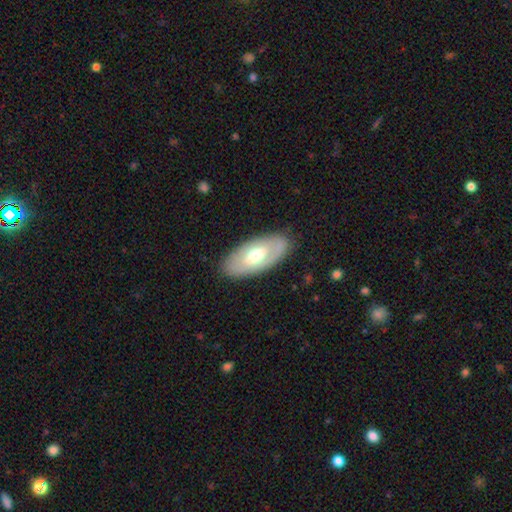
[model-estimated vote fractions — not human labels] Smooth or featured?
  - smooth: 48% *
  - featured or disk: 47%
  - star or artifact: 5%
Merging?
  - none: 86% *
  - minor disturbance: 10%
  - major disturbance: 3%
  - merger: 1%